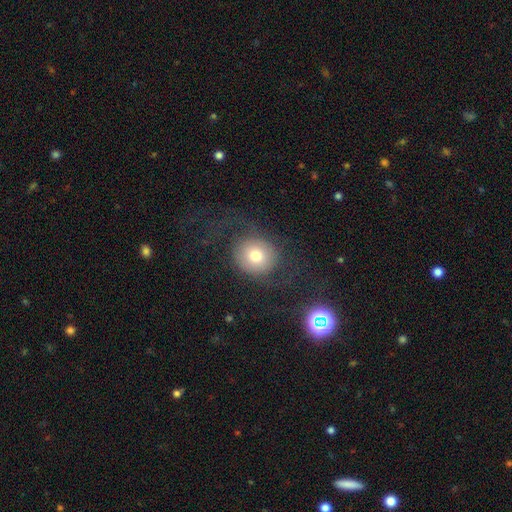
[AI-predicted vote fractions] Smooth or featured?
  - smooth: 68% *
  - featured or disk: 21%
  - star or artifact: 11%
How rounded?
  - round: 85% *
  - in between: 14%
  - cigar-shaped: 1%
Merging?
  - none: 60% *
  - major disturbance: 25%
  - minor disturbance: 13%
  - merger: 2%